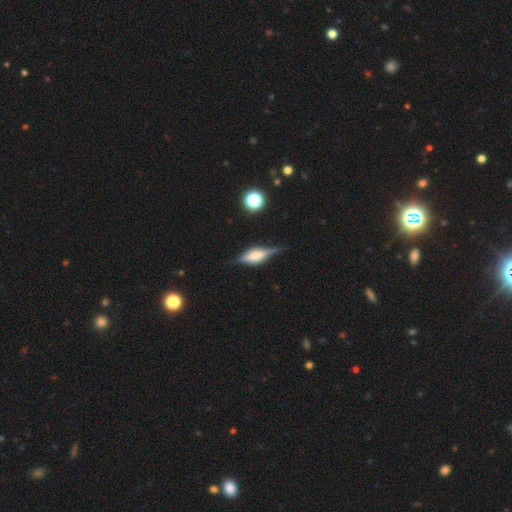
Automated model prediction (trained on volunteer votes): Q: Smooth or featured?
A: featured or disk (70%); runner-up: smooth (22%)
Q: Edge-on disk?
A: yes (96%); runner-up: no (4%)
Q: Edge-on bulge?
A: rounded (66%); runner-up: boxy (30%)
Q: Merging?
A: none (75%); runner-up: minor disturbance (17%)